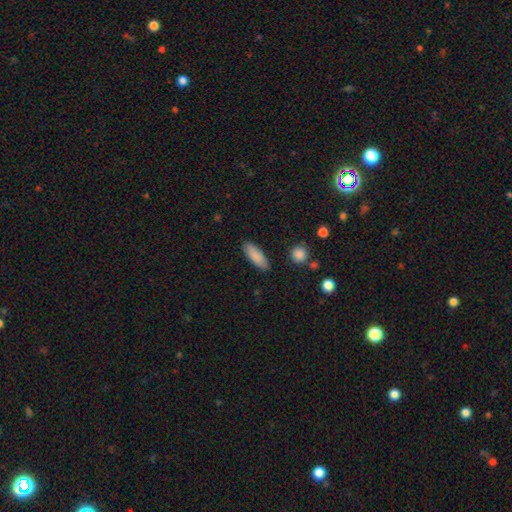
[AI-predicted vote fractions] smooth 86%, featured or disk 7%, star or artifact 6%. Down the decision tree: how rounded — in between (63%); merging — none (86%).